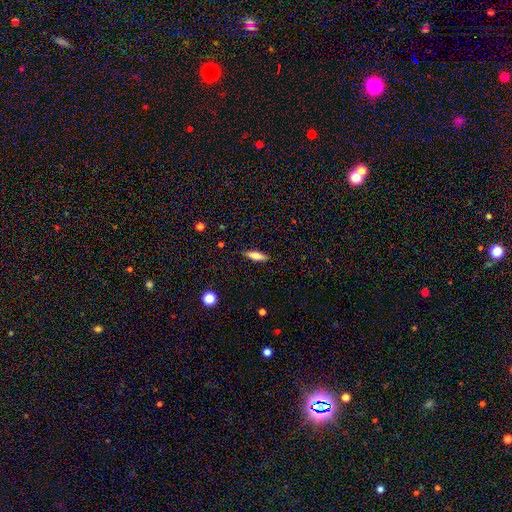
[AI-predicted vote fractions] Smooth or featured?
  - smooth: 69% *
  - featured or disk: 24%
  - star or artifact: 7%
How rounded?
  - cigar-shaped: 57% *
  - in between: 40%
  - round: 2%
Merging?
  - none: 87% *
  - minor disturbance: 10%
  - major disturbance: 2%
  - merger: 1%